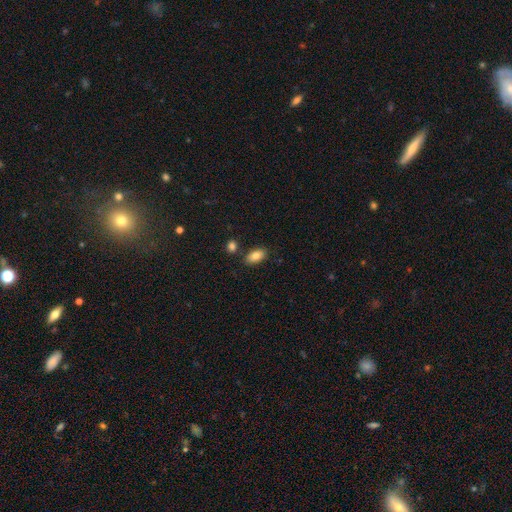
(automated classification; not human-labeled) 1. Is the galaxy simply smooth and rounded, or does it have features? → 83% smooth, 9% featured or disk, 8% star or artifact.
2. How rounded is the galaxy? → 93% in between, 4% round, 3% cigar-shaped.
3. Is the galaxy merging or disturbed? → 82% none, 10% minor disturbance, 5% merger, 2% major disturbance.